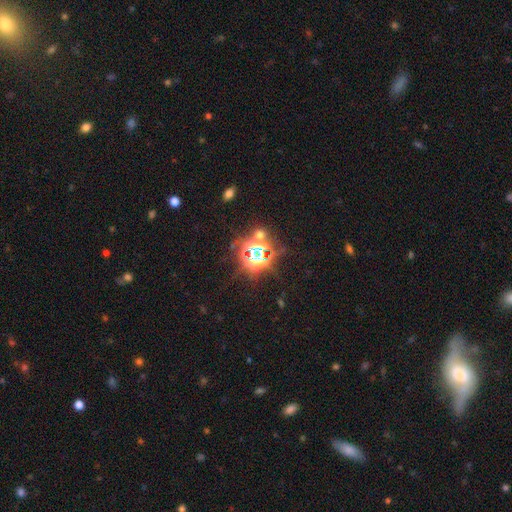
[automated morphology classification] type=star or artifact (78%).